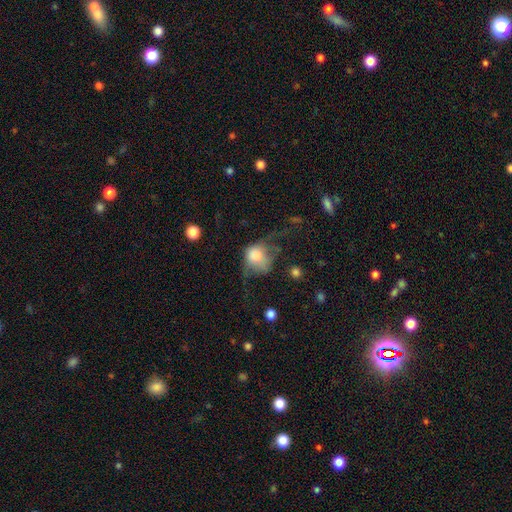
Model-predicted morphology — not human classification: Smooth or featured?
  - smooth: 63% *
  - featured or disk: 28%
  - star or artifact: 9%
How rounded?
  - round: 62% *
  - in between: 36%
  - cigar-shaped: 2%
Merging?
  - major disturbance: 45% *
  - none: 26%
  - minor disturbance: 24%
  - merger: 5%